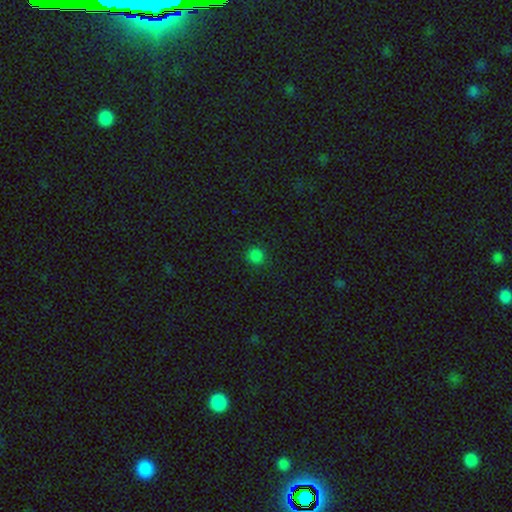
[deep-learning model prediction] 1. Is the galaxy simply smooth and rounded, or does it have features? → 81% smooth, 16% star or artifact, 3% featured or disk.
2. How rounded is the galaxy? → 90% round, 9% in between, 1% cigar-shaped.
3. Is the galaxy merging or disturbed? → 89% none, 7% minor disturbance, 2% major disturbance, 1% merger.